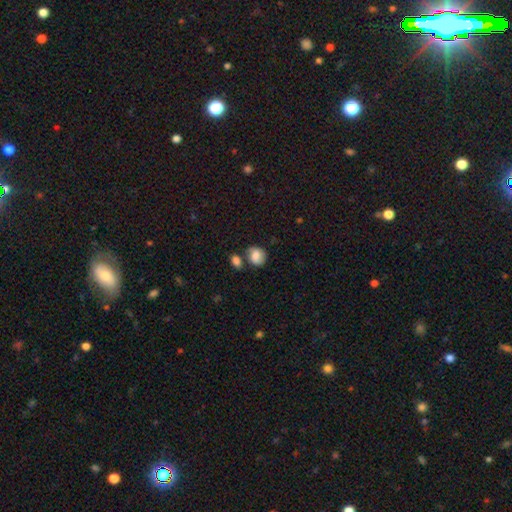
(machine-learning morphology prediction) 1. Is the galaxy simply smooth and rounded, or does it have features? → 68% smooth, 24% featured or disk, 9% star or artifact.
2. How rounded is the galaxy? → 66% round, 32% in between, 1% cigar-shaped.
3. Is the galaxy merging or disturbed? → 57% none, 19% merger, 18% minor disturbance, 6% major disturbance.